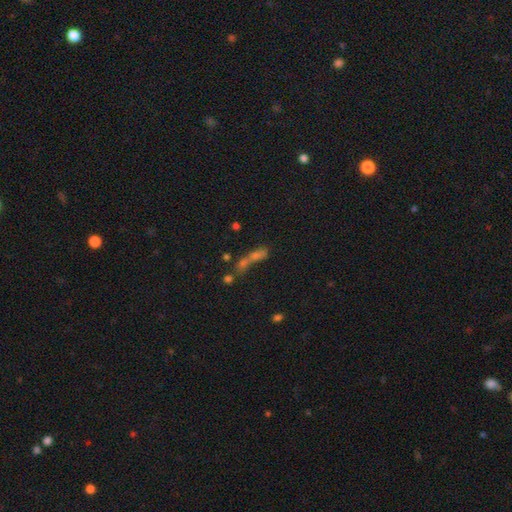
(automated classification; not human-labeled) Smooth or featured?
  - smooth: 48% *
  - star or artifact: 27%
  - featured or disk: 25%
Merging?
  - merger: 52% *
  - none: 26%
  - major disturbance: 12%
  - minor disturbance: 10%